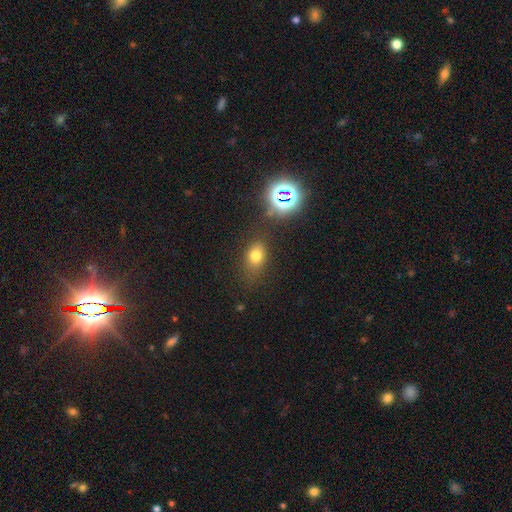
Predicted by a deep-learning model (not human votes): Q: Smooth or featured?
A: smooth (70%); runner-up: star or artifact (20%)
Q: How rounded?
A: in between (64%); runner-up: round (34%)
Q: Merging?
A: none (71%); runner-up: minor disturbance (17%)